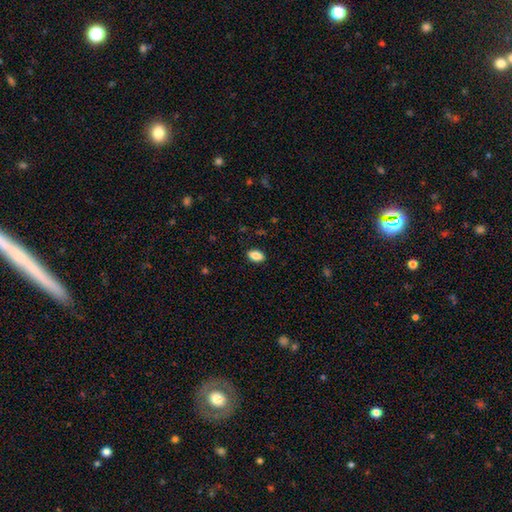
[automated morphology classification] Q: Smooth or featured?
A: smooth (87%); runner-up: star or artifact (8%)
Q: How rounded?
A: in between (91%); runner-up: round (6%)
Q: Merging?
A: none (89%); runner-up: minor disturbance (8%)